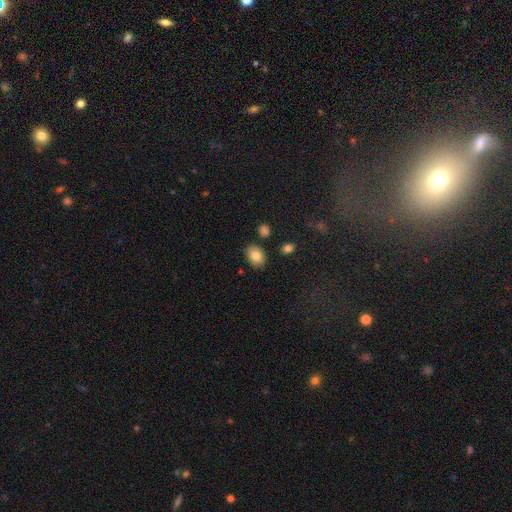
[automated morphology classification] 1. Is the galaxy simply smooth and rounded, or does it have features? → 83% smooth, 10% featured or disk, 8% star or artifact.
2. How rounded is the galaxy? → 76% in between, 23% round, 1% cigar-shaped.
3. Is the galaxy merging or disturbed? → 83% none, 11% minor disturbance, 3% merger, 2% major disturbance.